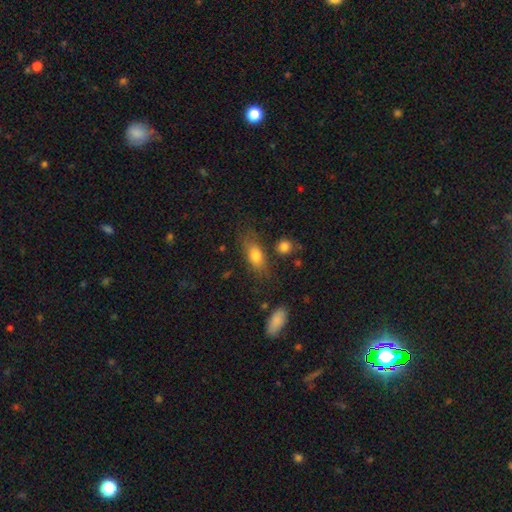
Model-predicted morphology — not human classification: Smooth or featured: smooth — 78% (featured or disk — 14%)
How rounded: in between — 77% (cigar-shaped — 15%)
Merging: none — 68% (minor disturbance — 19%)